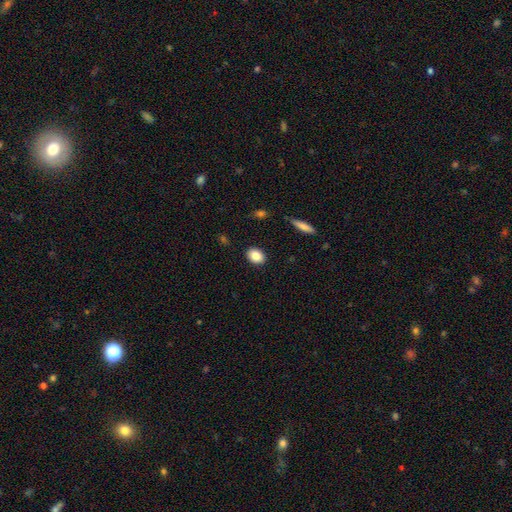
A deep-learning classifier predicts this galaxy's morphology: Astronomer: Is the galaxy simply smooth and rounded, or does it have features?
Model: smooth — 86%.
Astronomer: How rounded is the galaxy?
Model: in between — 67%.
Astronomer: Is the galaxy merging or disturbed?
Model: none — 89%.